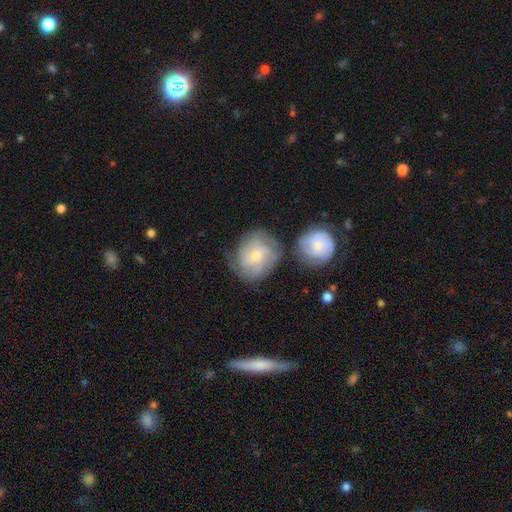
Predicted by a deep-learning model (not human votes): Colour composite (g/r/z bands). It shows a featured or disk galaxy (71%) with no bar (67%), 3 (32%) tight (54%) spiral arms (93%) and a small central bulge (61%). Merging: none (63%).